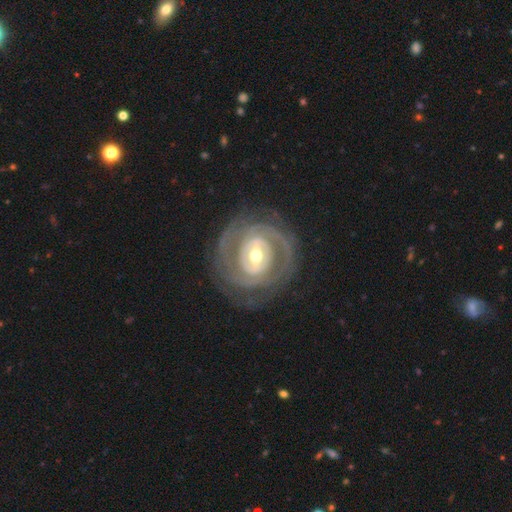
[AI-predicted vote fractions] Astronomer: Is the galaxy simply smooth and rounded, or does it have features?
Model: featured or disk — 87%.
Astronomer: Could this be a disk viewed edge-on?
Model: no — 96%.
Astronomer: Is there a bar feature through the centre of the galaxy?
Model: weak — 40% (runner-up: strong, 39%).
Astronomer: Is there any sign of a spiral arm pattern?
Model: yes — 90%.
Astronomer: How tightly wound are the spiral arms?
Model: tight — 73%.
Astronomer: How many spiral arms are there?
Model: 2 — 42% (runner-up: can't tell, 28%).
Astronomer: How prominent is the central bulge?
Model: moderate — 62%.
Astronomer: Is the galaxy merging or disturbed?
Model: none — 77%.